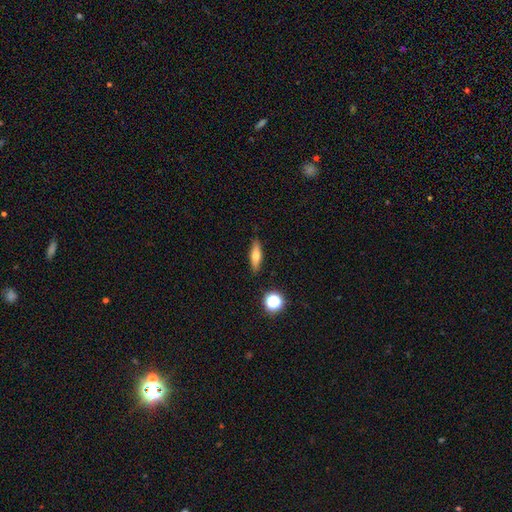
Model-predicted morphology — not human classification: smooth_or_featured: smooth (p=0.58) [alt: featured or disk p=0.33]
how_rounded: cigar-shaped (p=0.57) [alt: in between p=0.39]
merging: none (p=0.88) [alt: minor disturbance p=0.09]